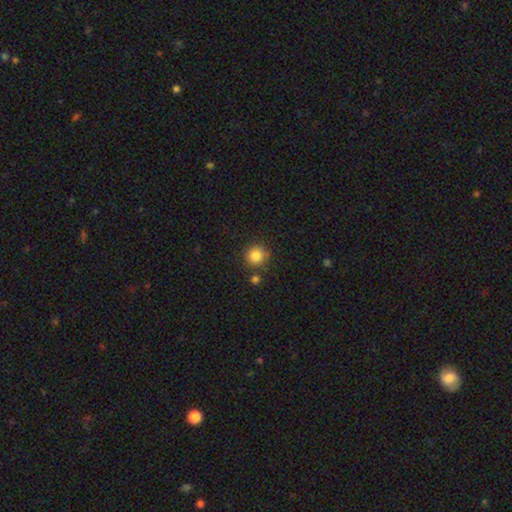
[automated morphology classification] This appears to be a smooth galaxy with no disk features (85%) that is round (91%). Merging: none (79%).